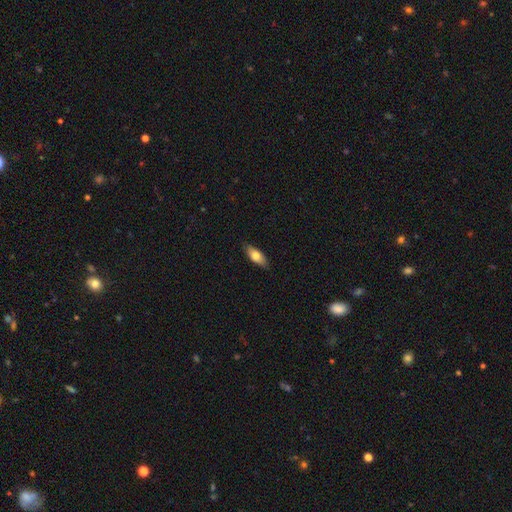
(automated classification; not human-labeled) This appears to be a smooth galaxy with no disk features (70%) that is in between round and cigar-shaped (74%). Merging: none (86%).